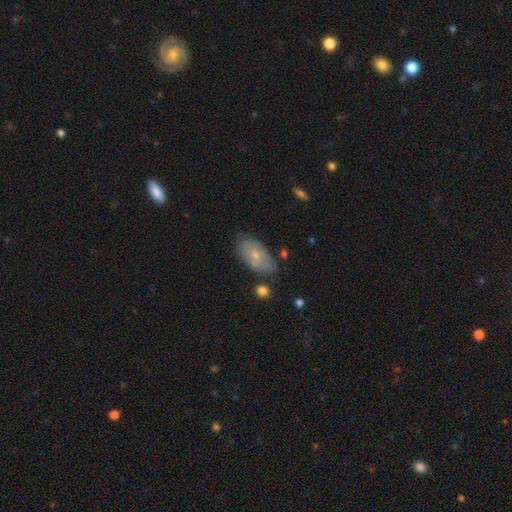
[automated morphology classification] Q: Smooth or featured?
A: smooth (64%); runner-up: featured or disk (28%)
Q: How rounded?
A: in between (92%); runner-up: round (5%)
Q: Merging?
A: none (71%); runner-up: minor disturbance (21%)